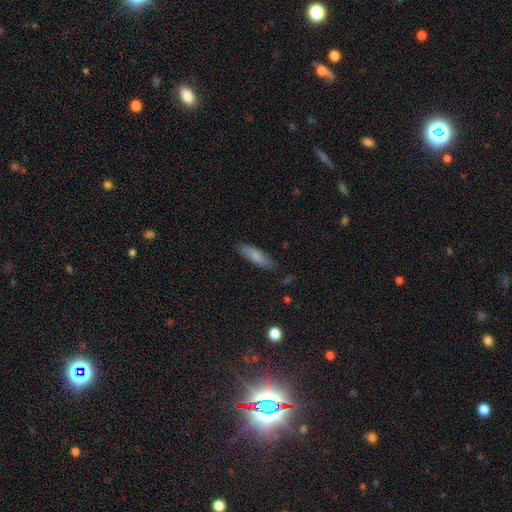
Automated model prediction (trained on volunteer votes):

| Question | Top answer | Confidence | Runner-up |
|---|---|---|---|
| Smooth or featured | smooth | 81% | featured or disk (13%) |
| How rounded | cigar-shaped | 50% | in between (48%) |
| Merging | none | 81% | minor disturbance (15%) |